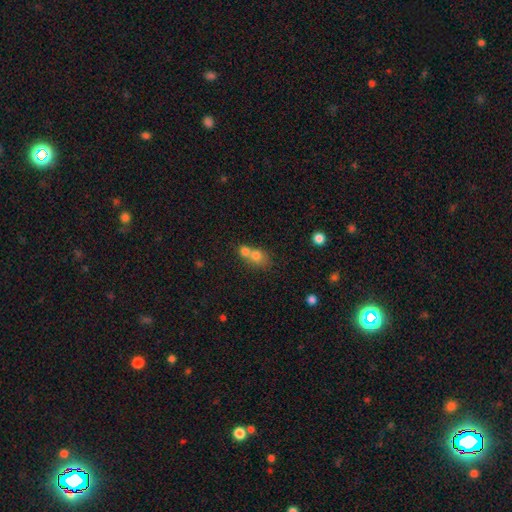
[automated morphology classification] Smooth or featured? Predicted: smooth (p=0.72). How rounded? Predicted: round (p=0.61). Merging? Predicted: merger (p=0.66).